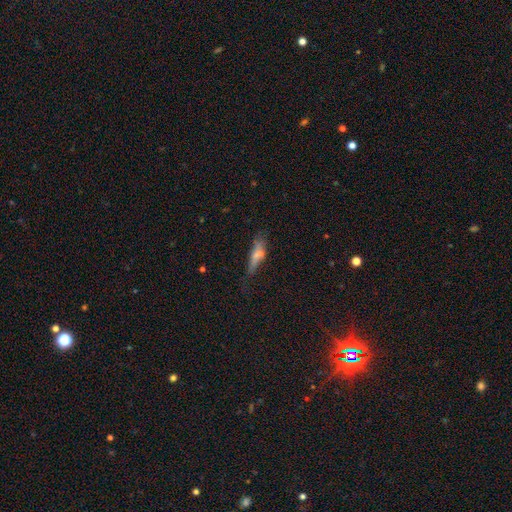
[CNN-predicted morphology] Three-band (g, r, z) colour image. It shows a smooth galaxy with no disk features (49%). Merging: none (44%).